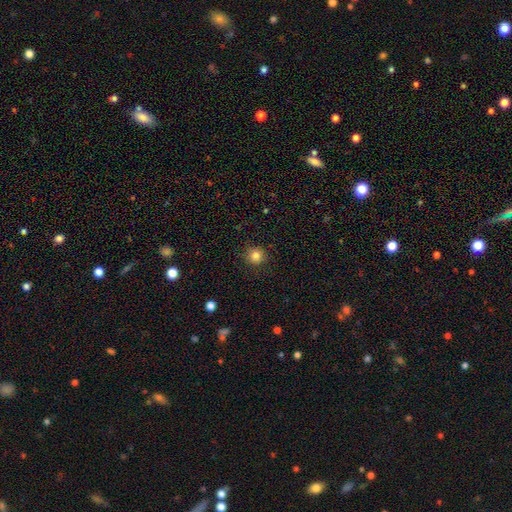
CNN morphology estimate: Smooth or featured: smooth — 83% (star or artifact — 12%)
How rounded: round — 93% (in between — 6%)
Merging: none — 89% (minor disturbance — 8%)